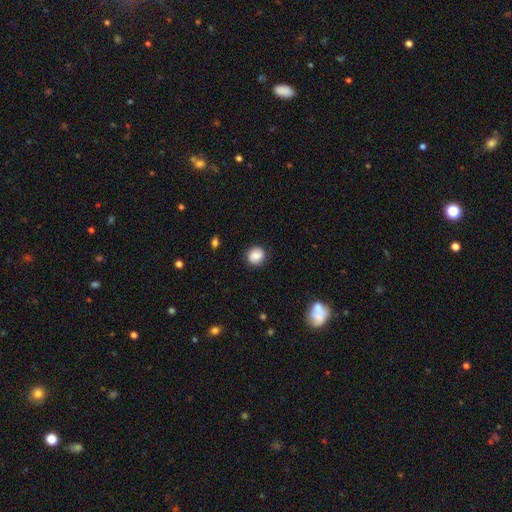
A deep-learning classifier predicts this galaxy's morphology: smooth_or_featured: smooth (p=0.82) [alt: featured or disk p=0.09]
how_rounded: round (p=0.85) [alt: in between p=0.14]
merging: none (p=0.86) [alt: minor disturbance p=0.10]